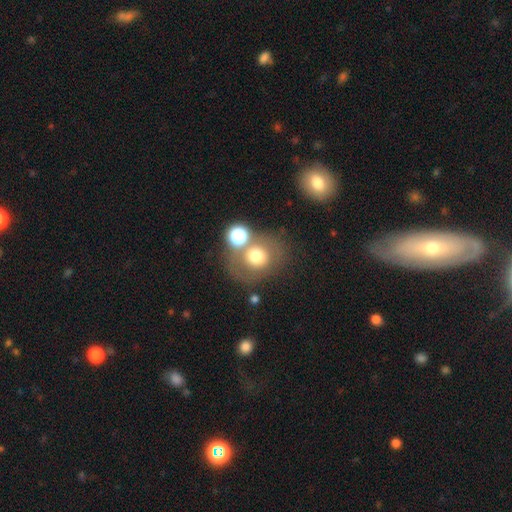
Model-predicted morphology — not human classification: This is likely a smooth galaxy (65%). How rounded: likely round (71%). Merging: possibly none (58%).